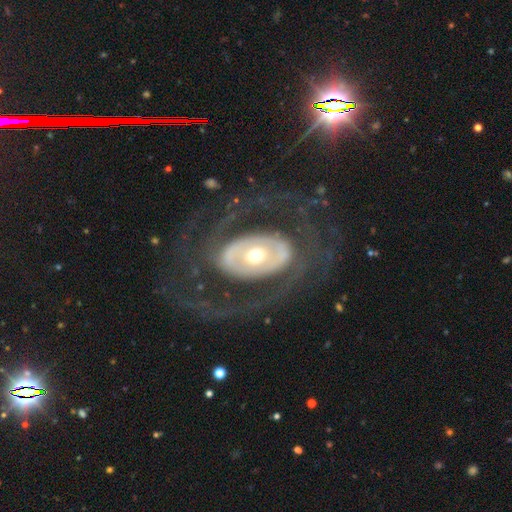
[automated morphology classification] This appears to be a featured or disk galaxy (81%) with no bar (68%), 2 (71%) medium (38%) spiral arms (67%) and a moderate central bulge (65%). Merging: none (70%).